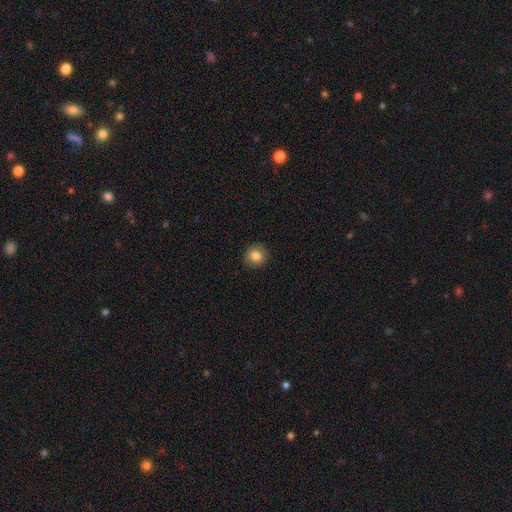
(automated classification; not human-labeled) Smooth or featured: smooth — 82% (star or artifact — 10%)
How rounded: round — 87% (in between — 12%)
Merging: none — 88% (minor disturbance — 9%)